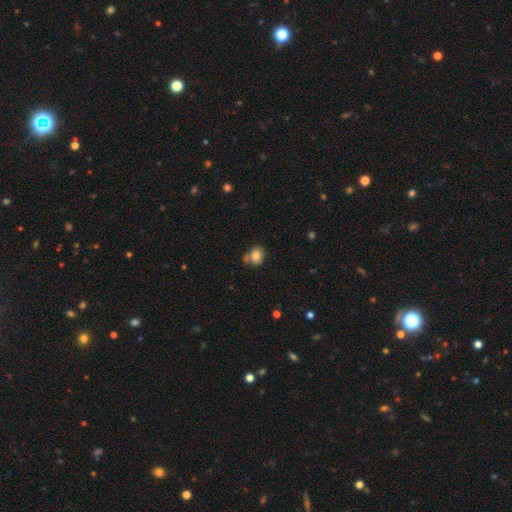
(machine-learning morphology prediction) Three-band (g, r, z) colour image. It shows a smooth galaxy with no disk features (80%) that is round (55%). Merging: none (61%).